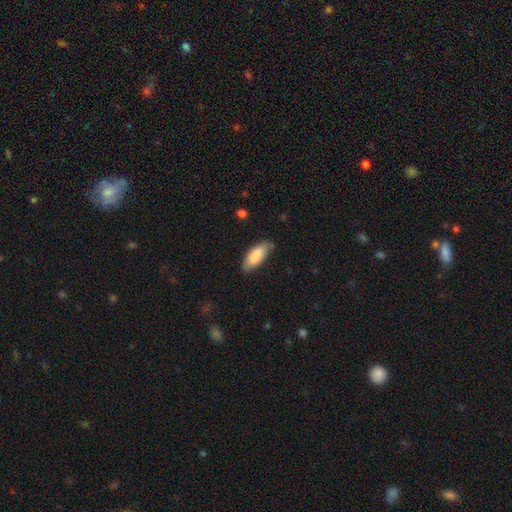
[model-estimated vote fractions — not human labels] smooth 86%, featured or disk 9%, star or artifact 5%. Down the decision tree: how rounded — in between (77%); merging — none (75%).